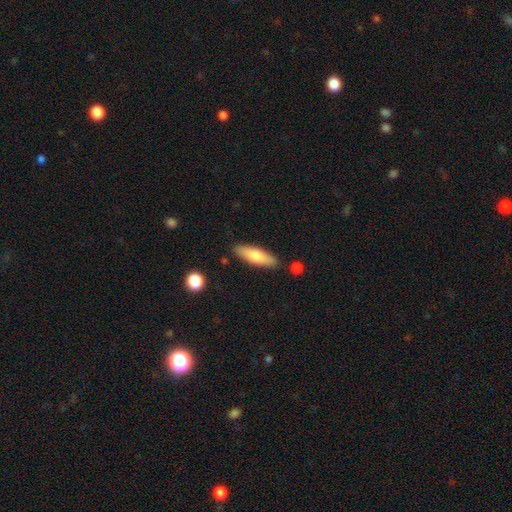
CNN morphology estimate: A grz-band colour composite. It shows a smooth galaxy with no disk features (72%) that is cigar-shaped (52%). Merging: none (85%).